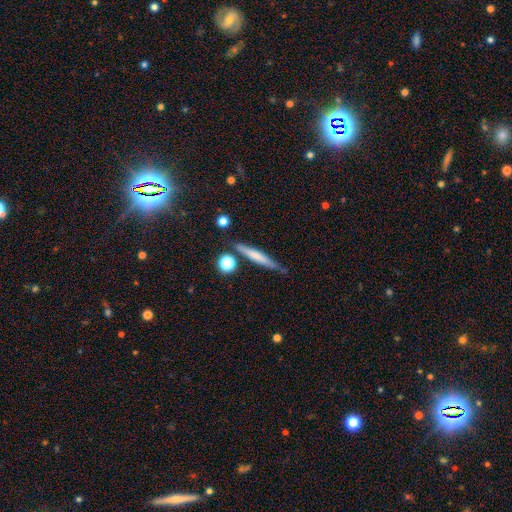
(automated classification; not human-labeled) smooth 58%, featured or disk 34%, star or artifact 7%. Down the decision tree: how rounded — cigar-shaped (92%); merging — none (77%).